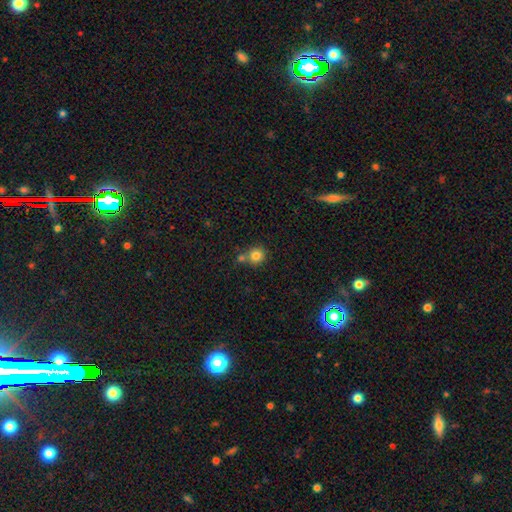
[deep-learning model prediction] smooth-or-featured: smooth: 81% | star or artifact: 11% | featured or disk: 8%
  how-rounded: round: 90% | in between: 9% | cigar-shaped: 1%
  merging: none: 60% | merger: 27% | minor disturbance: 10% | major disturbance: 3%